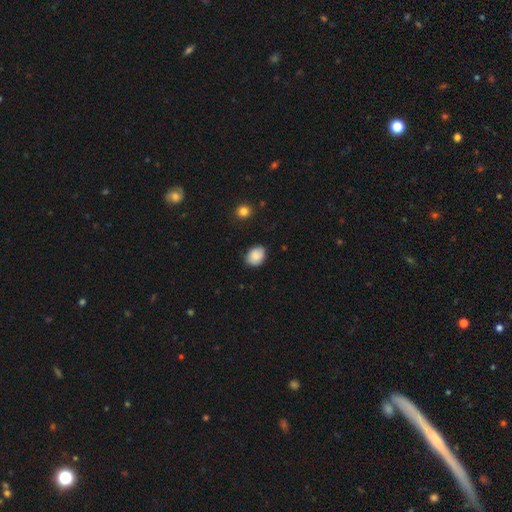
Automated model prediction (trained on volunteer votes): Smooth or featured? Predicted: smooth (p=0.85). How rounded? Predicted: in between (p=0.58). Merging? Predicted: none (p=0.78).